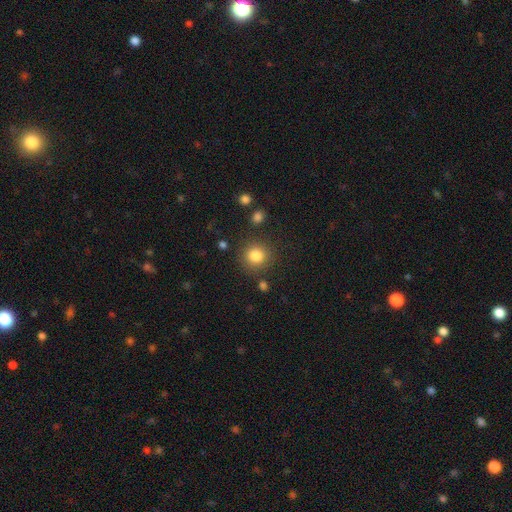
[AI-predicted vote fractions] The model was most divided on "smooth or featured": smooth: 84%, star or artifact: 11%, featured or disk: 6%. More confident: how rounded — round (91%); merging — none (85%).